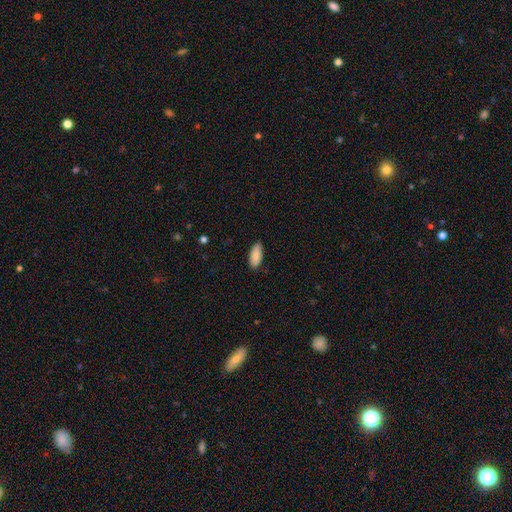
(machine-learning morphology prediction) Smooth or featured? Predicted: smooth (p=0.88). How rounded? Predicted: in between (p=0.86). Merging? Predicted: none (p=0.86).